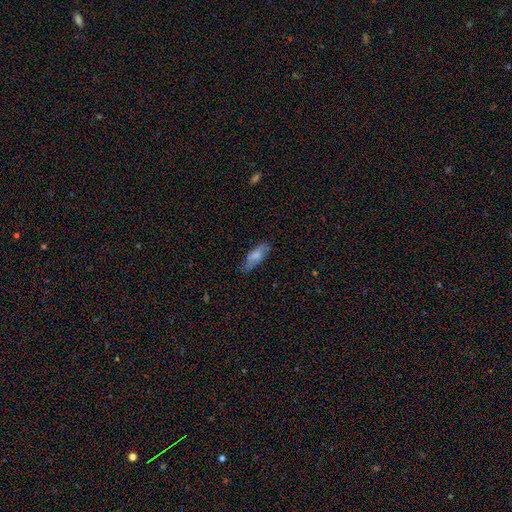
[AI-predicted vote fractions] Smooth or featured? Predicted: smooth (p=0.61). How rounded? Predicted: in between (p=0.71). Merging? Predicted: none (p=0.70).